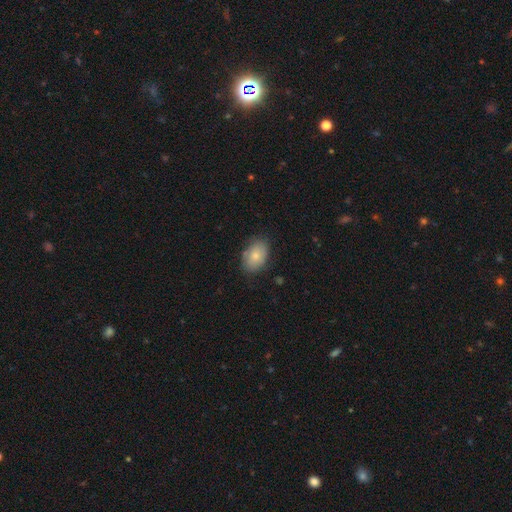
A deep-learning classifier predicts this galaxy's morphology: Smooth or featured: smooth — 77% (featured or disk — 16%)
How rounded: in between — 85% (round — 14%)
Merging: none — 77% (minor disturbance — 18%)